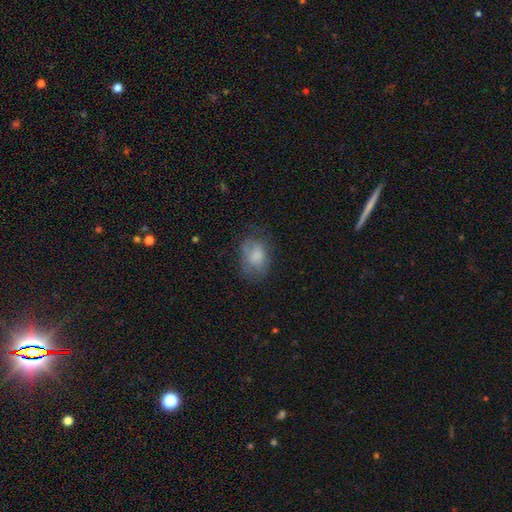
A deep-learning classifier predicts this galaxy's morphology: Smooth or featured?
  - smooth: 71% *
  - featured or disk: 20%
  - star or artifact: 10%
How rounded?
  - in between: 73% *
  - round: 26%
  - cigar-shaped: 1%
Merging?
  - none: 49% *
  - minor disturbance: 28%
  - major disturbance: 21%
  - merger: 2%